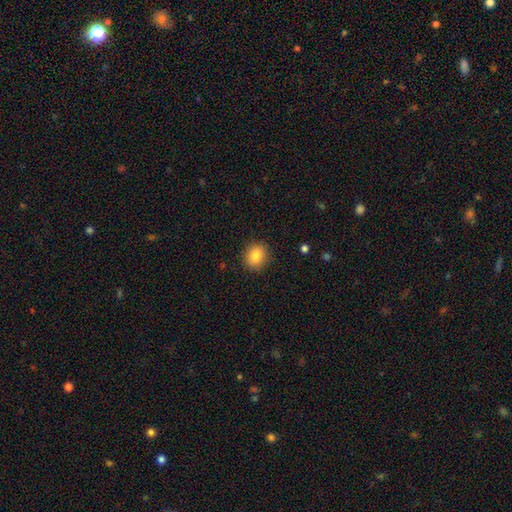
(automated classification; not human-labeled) Smooth or featured: smooth — 83% (star or artifact — 9%)
How rounded: round — 72% (in between — 27%)
Merging: none — 89% (minor disturbance — 7%)